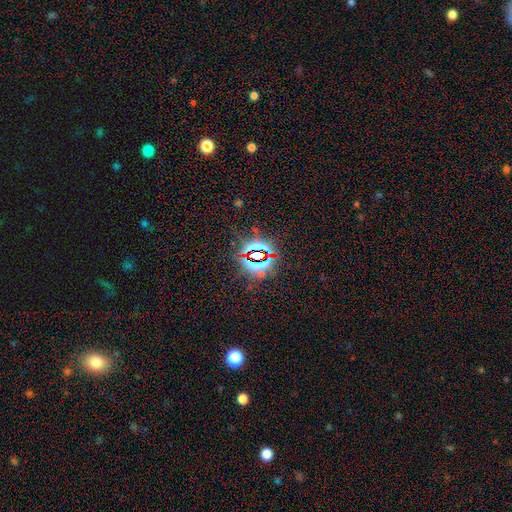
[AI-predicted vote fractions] Overall: star or artifact (79%).